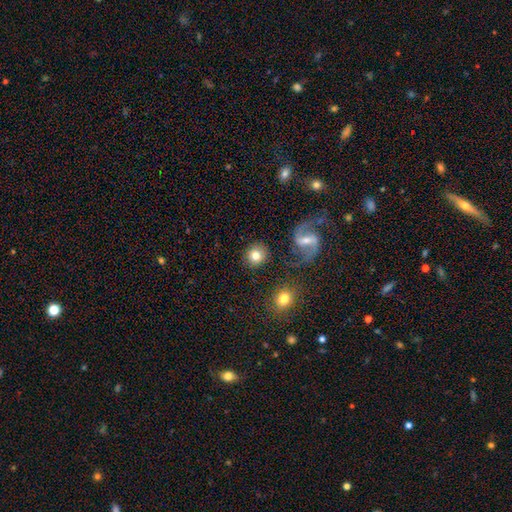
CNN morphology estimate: Smooth or featured: smooth — 76% (featured or disk — 15%)
How rounded: round — 90% (in between — 9%)
Merging: none — 85% (minor disturbance — 8%)